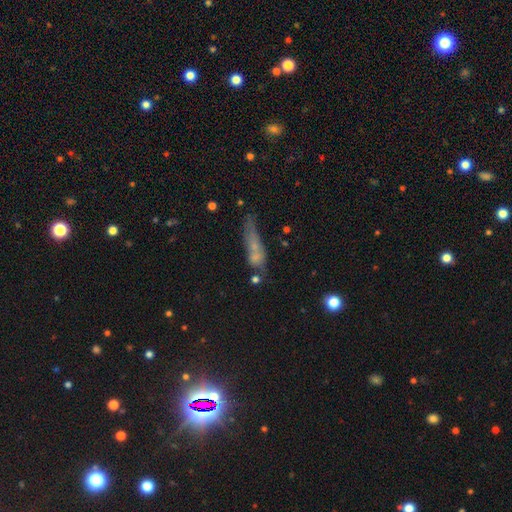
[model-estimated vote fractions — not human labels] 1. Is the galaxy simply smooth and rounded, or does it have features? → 51% smooth, 30% featured or disk, 19% star or artifact.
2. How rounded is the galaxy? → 73% cigar-shaped, 23% in between, 5% round.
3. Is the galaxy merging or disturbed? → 43% none, 24% minor disturbance, 18% major disturbance, 14% merger.